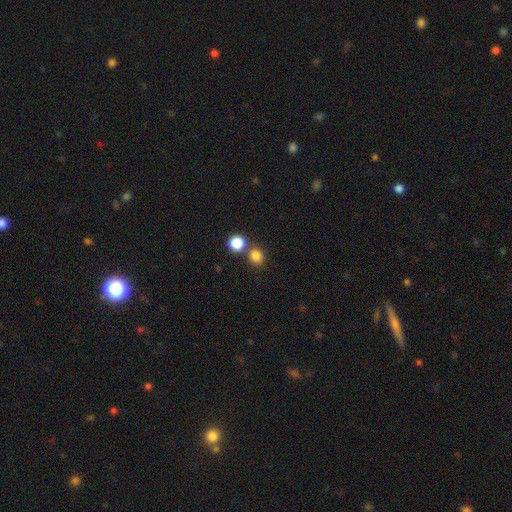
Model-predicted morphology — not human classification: Overall: smooth (83%). How rounded: round (76%). Merging: none (62%; merger 27%).